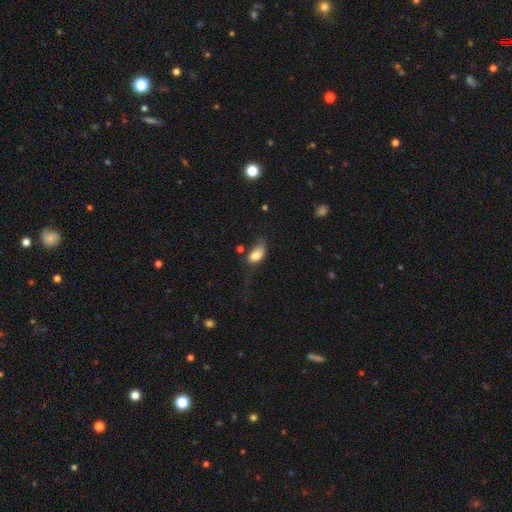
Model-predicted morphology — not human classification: Overall: smooth (79%). How rounded: in between (89%). Merging: none (35%; minor disturbance 34%).